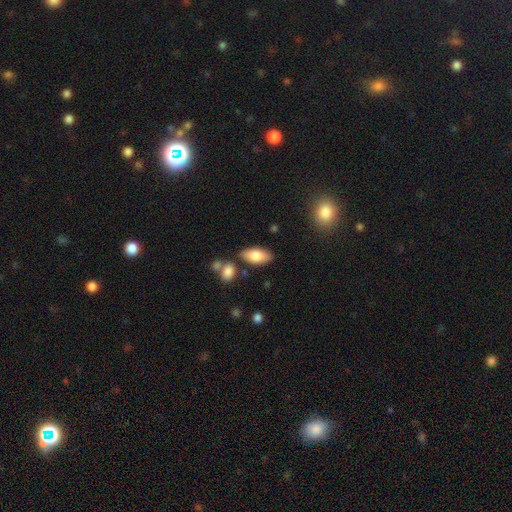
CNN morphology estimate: This appears to be a smooth galaxy with no disk features (79%) that is in between round and cigar-shaped (90%). Merging: none (78%).